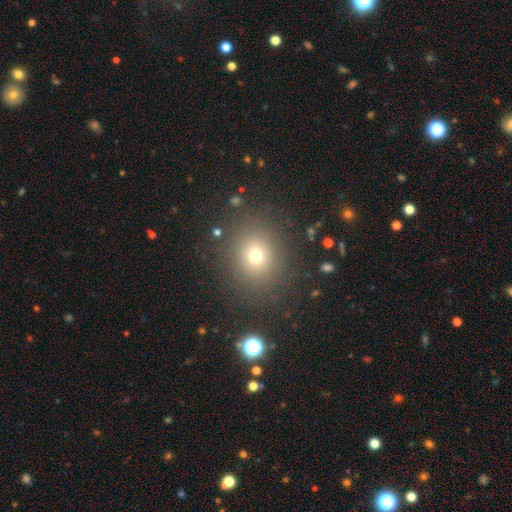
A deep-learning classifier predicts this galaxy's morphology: Smooth or featured: smooth — 70% (star or artifact — 20%)
How rounded: round — 78% (in between — 21%)
Merging: none — 86% (minor disturbance — 8%)